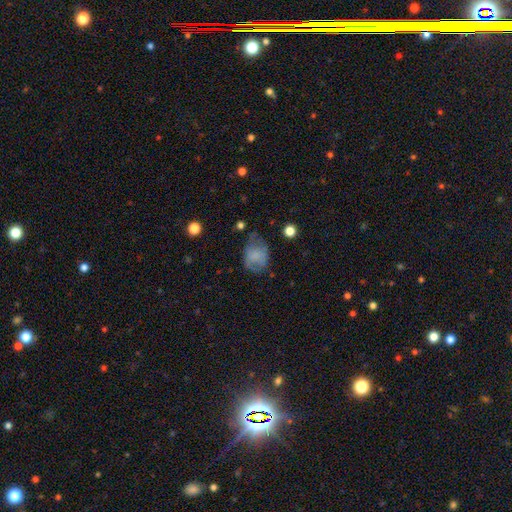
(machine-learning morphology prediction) This is likely a smooth galaxy (67%). How rounded: likely in between (64%). Merging: marginally none (42%).